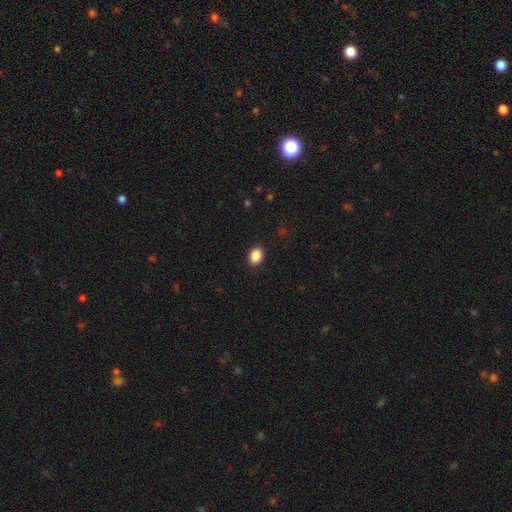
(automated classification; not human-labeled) Smooth or featured? Predicted: smooth (p=0.89). How rounded? Predicted: in between (p=0.69). Merging? Predicted: none (p=0.90).